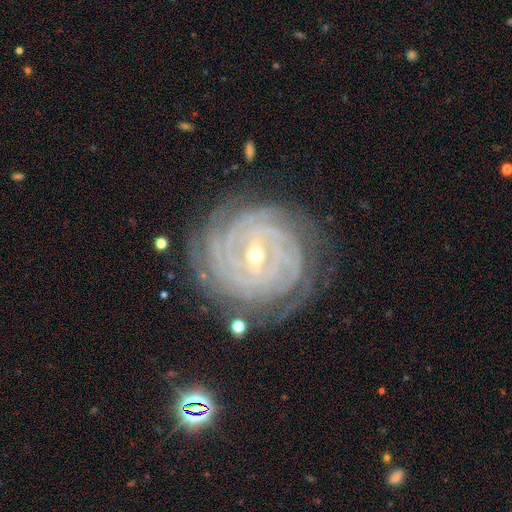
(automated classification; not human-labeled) smooth-or-featured: featured or disk: 91% | star or artifact: 5% | smooth: 4%
  disk-edge-on: no: 97% | yes: 3%
    bar: weak: 45% | strong: 34% | no: 22%
    has-spiral-arms: yes: 98% | no: 2%
      spiral-winding: tight: 88% | medium: 10% | loose: 2%
      spiral-arm-count: 4: 32% | can't tell: 19% | more than 4: 19% | 3: 14% | 2: 9% | 1: 7%
    bulge-size: small: 63% | moderate: 34% | large: 1% | none: 1% | dominant: 1%
  merging: none: 79% | minor disturbance: 15% | major disturbance: 5% | merger: 1%